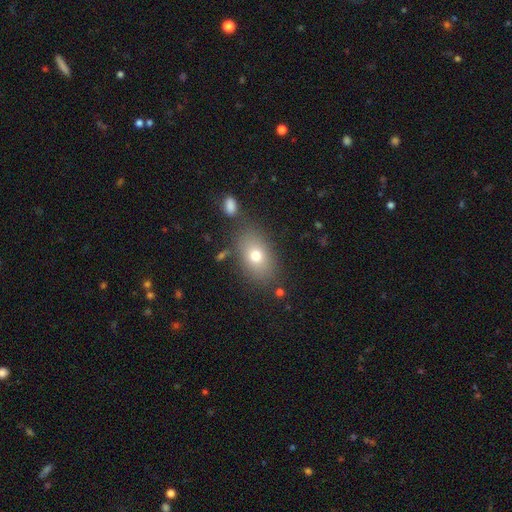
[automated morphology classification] A smooth galaxy with no disk features (74%) that is in between round and cigar-shaped (82%).

Vote fractions:
- Smooth or featured? smooth: 74% / featured or disk: 16% / star or artifact: 11%
- How rounded? in between: 82% / round: 17% / cigar-shaped: 2%
- Merging? none: 77% / minor disturbance: 13% / merger: 5% / major disturbance: 5%